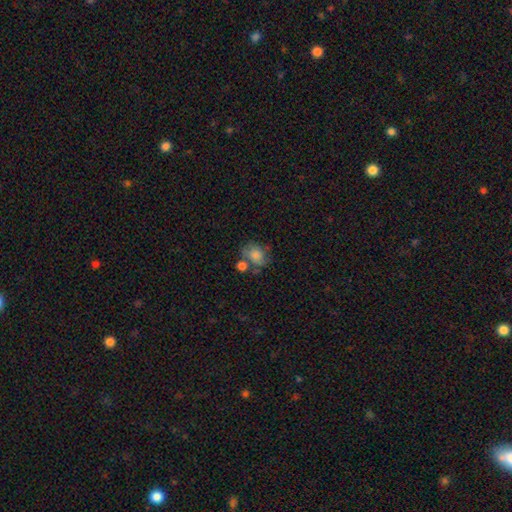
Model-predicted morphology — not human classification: smooth 71%, featured or disk 20%, star or artifact 9%. Down the decision tree: how rounded — in between (51%); merging — none (44%).